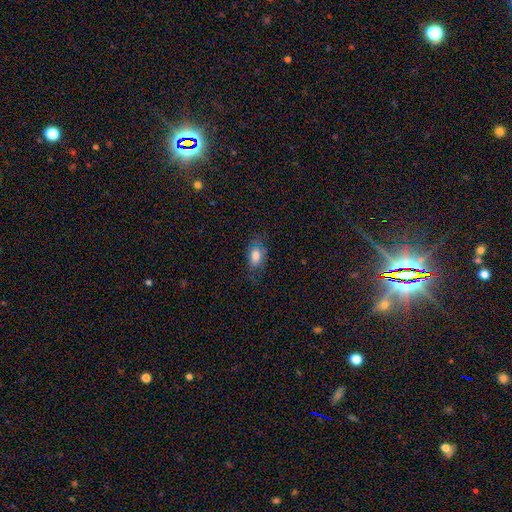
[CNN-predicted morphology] A smooth galaxy with no disk features (78%) that is in between round and cigar-shaped (88%). Merging: none (66%).